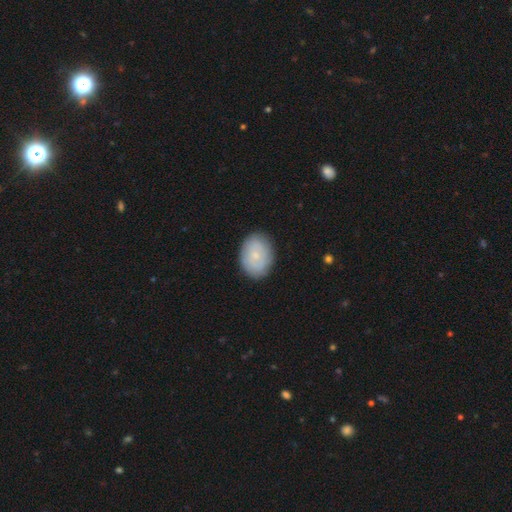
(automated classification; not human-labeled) smooth-or-featured: smooth: 66% | featured or disk: 27% | star or artifact: 6%
  how-rounded: in between: 72% | round: 27% | cigar-shaped: 1%
  merging: none: 84% | minor disturbance: 12% | major disturbance: 3% | merger: 1%